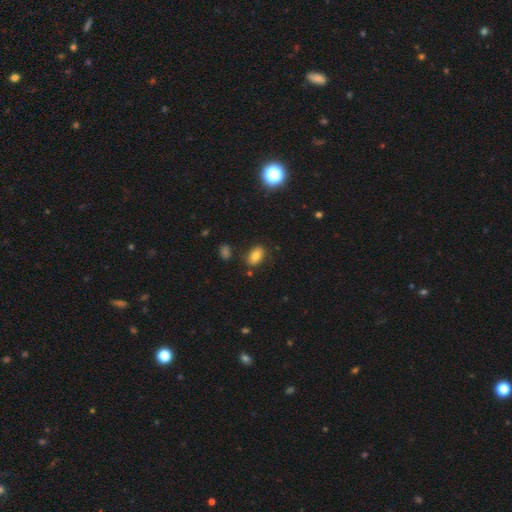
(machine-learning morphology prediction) Q: Smooth or featured?
A: smooth (79%); runner-up: star or artifact (11%)
Q: How rounded?
A: in between (87%); runner-up: round (11%)
Q: Merging?
A: none (81%); runner-up: minor disturbance (12%)